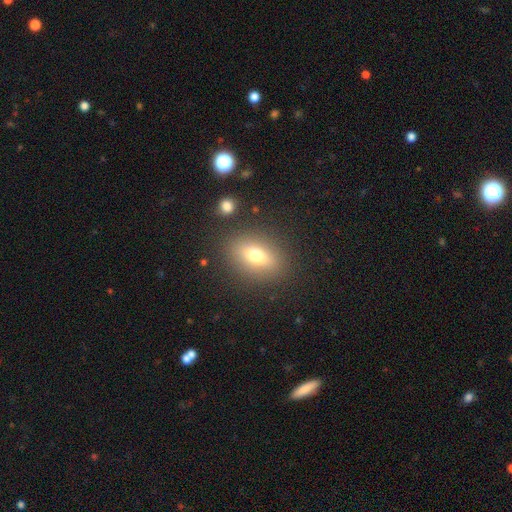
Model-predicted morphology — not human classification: smooth-or-featured: smooth: 69% | featured or disk: 20% | star or artifact: 12%
  how-rounded: in between: 74% | round: 21% | cigar-shaped: 5%
  merging: none: 84% | minor disturbance: 9% | major disturbance: 4% | merger: 2%